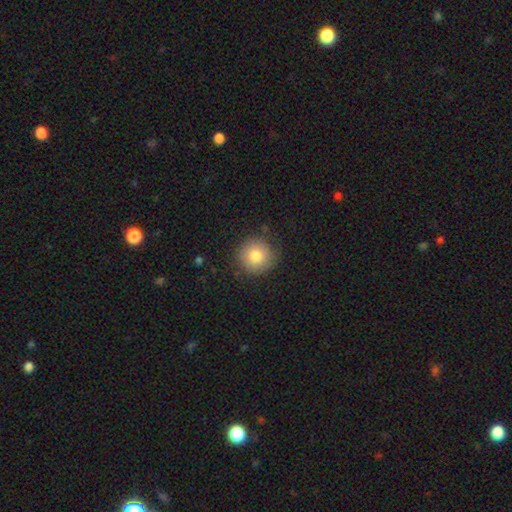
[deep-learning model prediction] smooth_or_featured: smooth (p=0.81) [alt: featured or disk p=0.10]
how_rounded: round (p=0.94) [alt: in between p=0.05]
merging: none (p=0.84) [alt: minor disturbance p=0.12]